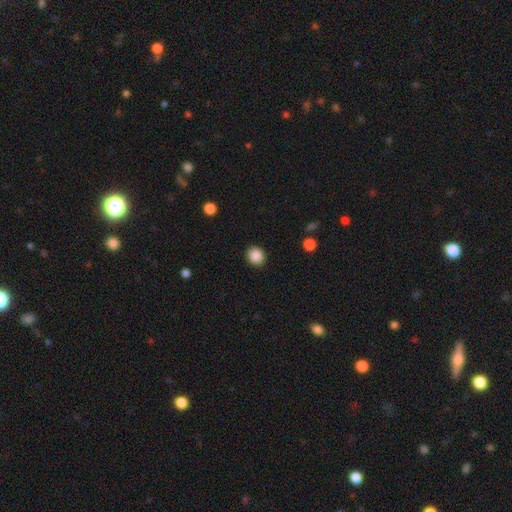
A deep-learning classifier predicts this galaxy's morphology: This appears to be a smooth galaxy with no disk features (88%) that is round (82%). Merging: none (90%).